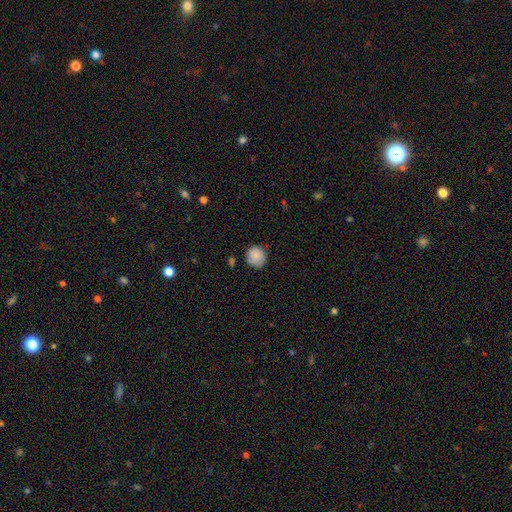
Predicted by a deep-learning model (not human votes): smooth 85%, star or artifact 8%, featured or disk 7%. Down the decision tree: how rounded — round (83%); merging — none (70%).